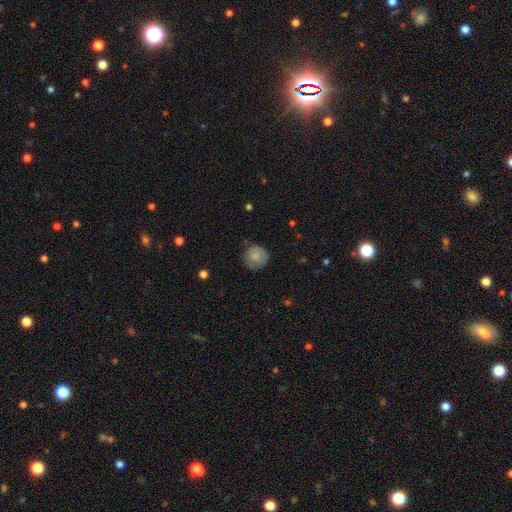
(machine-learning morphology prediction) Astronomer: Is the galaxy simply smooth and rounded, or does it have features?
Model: smooth — 73%.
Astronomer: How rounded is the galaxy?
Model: round — 92%.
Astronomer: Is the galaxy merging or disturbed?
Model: none — 77%.